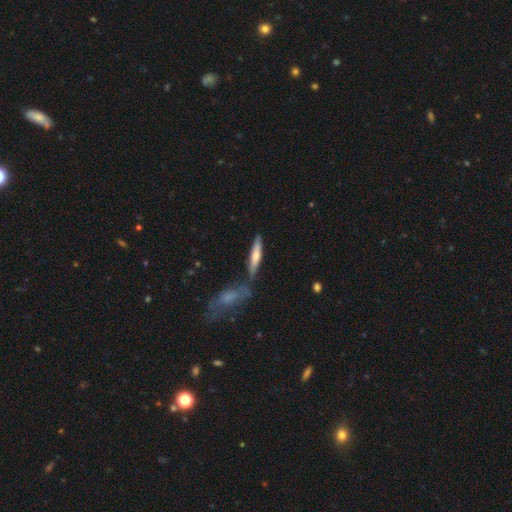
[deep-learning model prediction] Smooth or featured: smooth — 59% (featured or disk — 35%)
How rounded: cigar-shaped — 85% (in between — 13%)
Merging: none — 74% (minor disturbance — 12%)